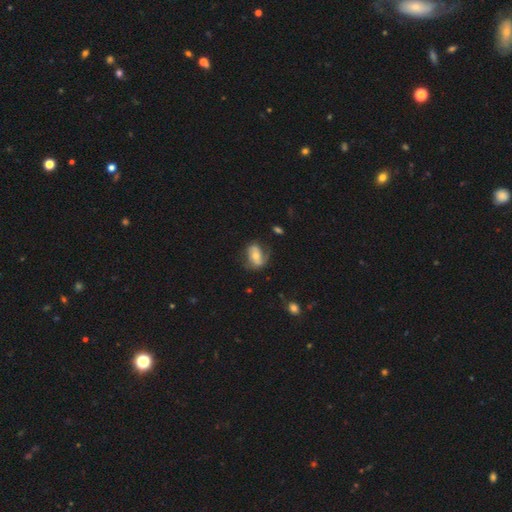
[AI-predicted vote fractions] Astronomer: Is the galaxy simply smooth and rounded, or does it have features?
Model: featured or disk — 55% (runner-up: smooth, 38%).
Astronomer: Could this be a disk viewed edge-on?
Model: no — 94%.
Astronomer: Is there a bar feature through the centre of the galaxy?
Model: no — 45% (runner-up: weak, 28%).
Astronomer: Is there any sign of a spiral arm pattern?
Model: yes — 73%.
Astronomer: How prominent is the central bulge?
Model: moderate — 58% (runner-up: small, 35%).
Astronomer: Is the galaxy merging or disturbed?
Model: none — 57%.